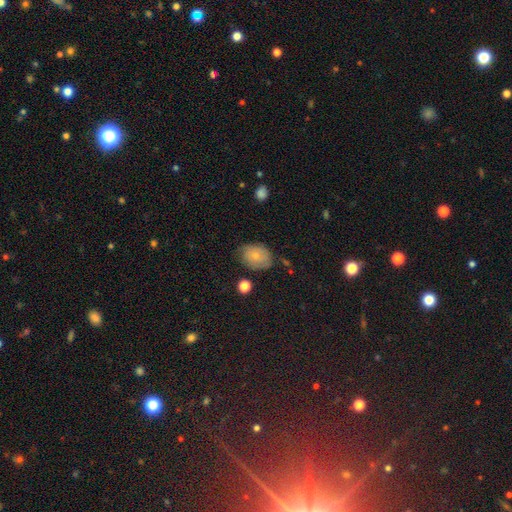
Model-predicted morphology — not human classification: This appears to be a smooth galaxy with no disk features (68%) that is in between round and cigar-shaped (66%). Merging: none (63%).